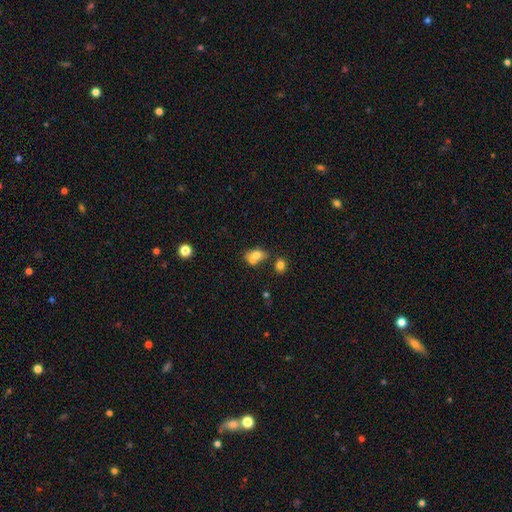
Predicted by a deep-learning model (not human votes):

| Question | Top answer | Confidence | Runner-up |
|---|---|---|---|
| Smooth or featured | smooth | 68% | featured or disk (21%) |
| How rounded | in between | 61% | round (37%) |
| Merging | merger | 55% | none (29%) |